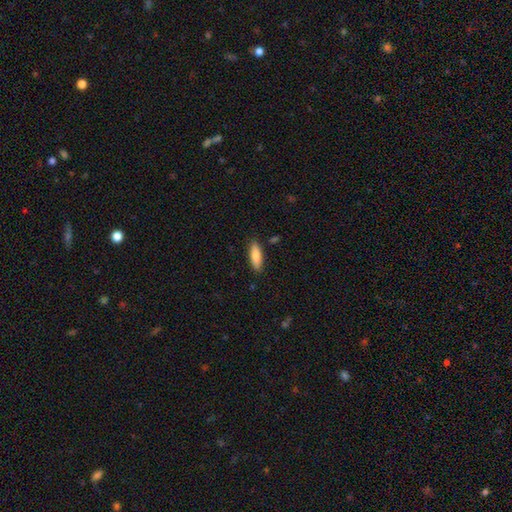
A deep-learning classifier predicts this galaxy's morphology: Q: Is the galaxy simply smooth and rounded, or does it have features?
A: smooth — 83%.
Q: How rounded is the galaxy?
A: in between — 56%.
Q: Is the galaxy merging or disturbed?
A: none — 87%.